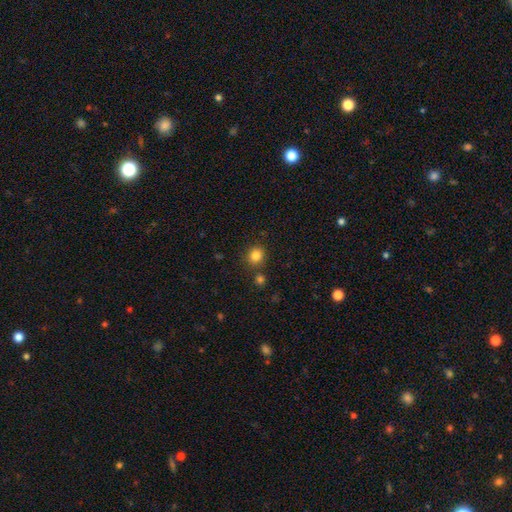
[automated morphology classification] Smooth or featured: smooth — 83% (star or artifact — 12%)
How rounded: round — 83% (in between — 16%)
Merging: none — 81% (minor disturbance — 8%)